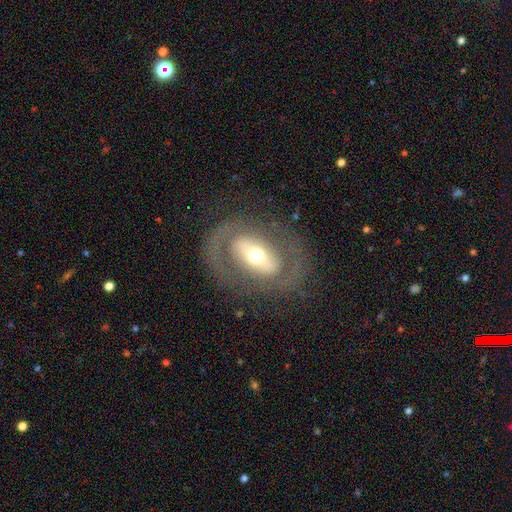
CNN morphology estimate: A featured or disk galaxy (72%) with a strong bar (39%), spiral arms (51%) and a moderate central bulge (63%). Merging: none (74%).